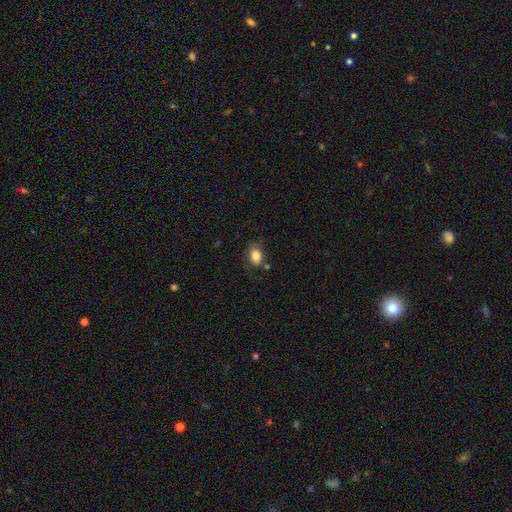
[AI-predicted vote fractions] Overall: smooth (84%). How rounded: in between (79%). Merging: none (66%).